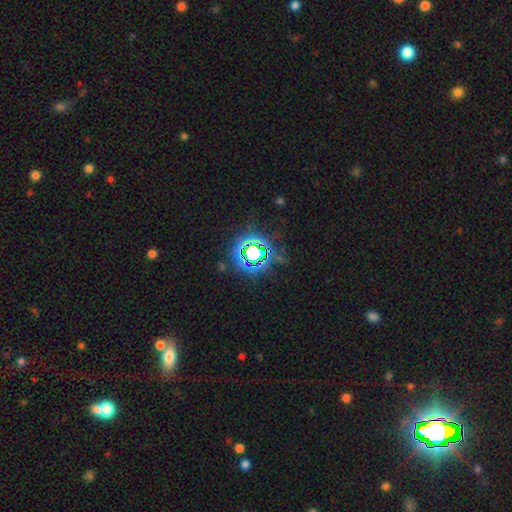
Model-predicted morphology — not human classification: This appears to be a star or artifact, not a galaxy (74%).